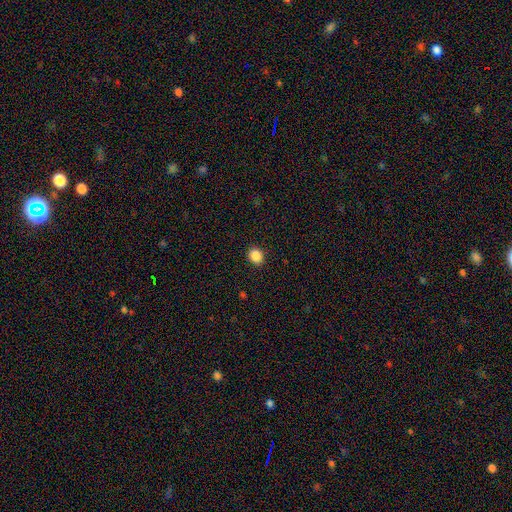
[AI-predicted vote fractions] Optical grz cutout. It shows a smooth galaxy with no disk features (87%) that is round (66%). Merging: none (92%).